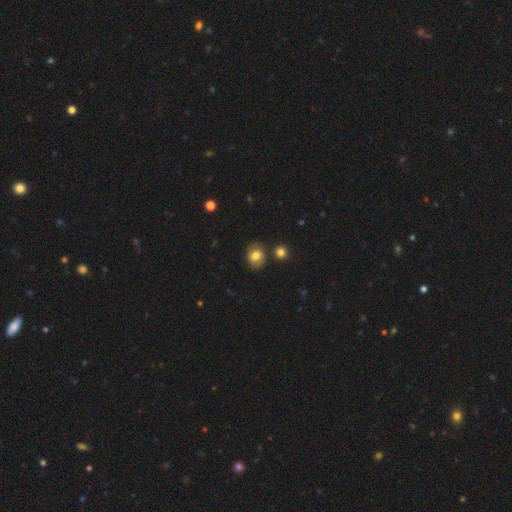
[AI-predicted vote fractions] This is likely a smooth galaxy (75%). How rounded: possibly round (55%). Merging: likely none (77%).